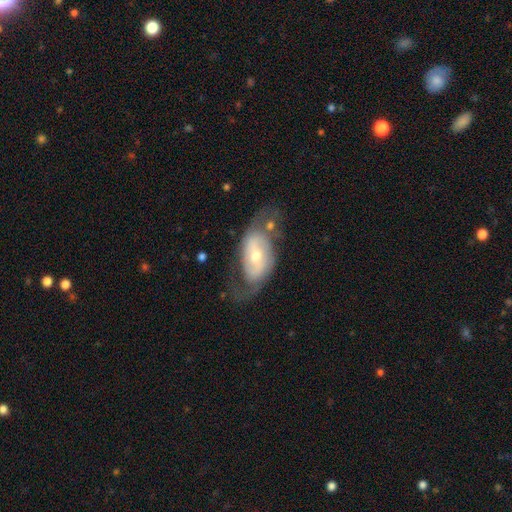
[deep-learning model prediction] Smooth or featured?
  - featured or disk: 76% *
  - smooth: 18%
  - star or artifact: 6%
Edge-on disk?
  - no: 94% *
  - yes: 6%
Bar?
  - weak: 42% *
  - no: 34%
  - strong: 24%
Spiral arms?
  - yes: 85% *
  - no: 15%
Spiral winding?
  - medium: 43% *
  - loose: 36%
  - tight: 21%
Spiral arm count?
  - 2: 82% *
  - can't tell: 11%
  - 1: 3%
  - 3: 1%
  - 4: 1%
  - more than 4: 1%
Bulge size?
  - moderate: 56% *
  - small: 37%
  - large: 4%
  - none: 1%
  - dominant: 1%
Merging?
  - none: 55% *
  - minor disturbance: 20%
  - major disturbance: 19%
  - merger: 5%